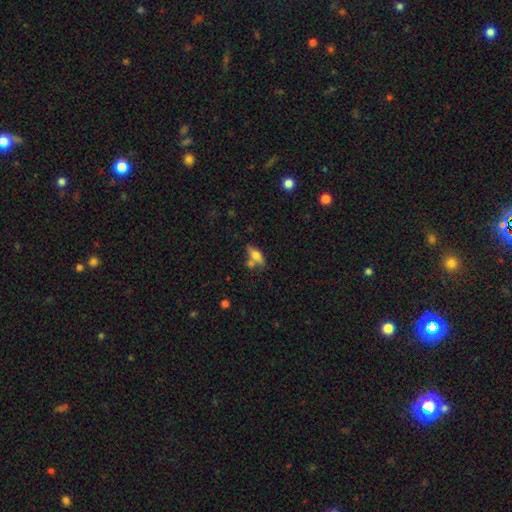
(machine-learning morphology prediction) This is likely a smooth galaxy (65%). How rounded: likely in between (65%). Merging: possibly none (57%).